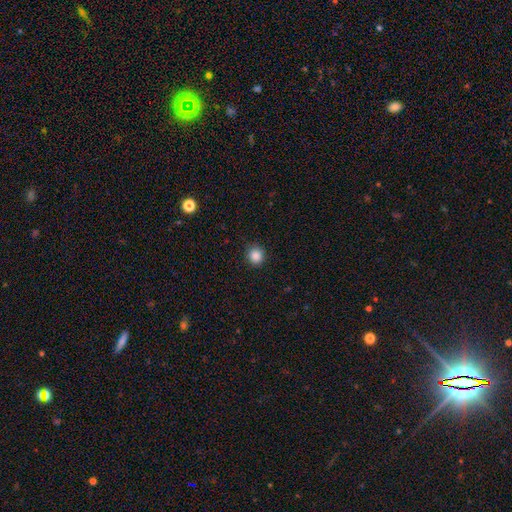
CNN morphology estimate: A smooth galaxy with no disk features (87%) that is round (91%).

Vote fractions:
- Smooth or featured? smooth: 87% / star or artifact: 11% / featured or disk: 3%
- How rounded? round: 91% / in between: 8% / cigar-shaped: 1%
- Merging? none: 89% / minor disturbance: 8% / major disturbance: 2% / merger: 1%